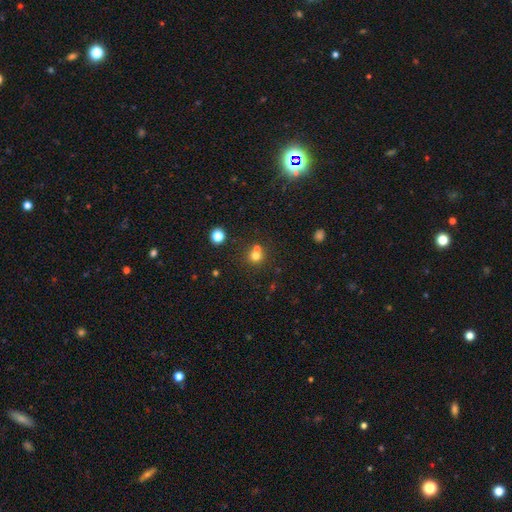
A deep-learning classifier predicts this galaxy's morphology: Smooth or featured: smooth — 69% (star or artifact — 19%)
How rounded: round — 89% (in between — 10%)
Merging: none — 55% (merger — 36%)